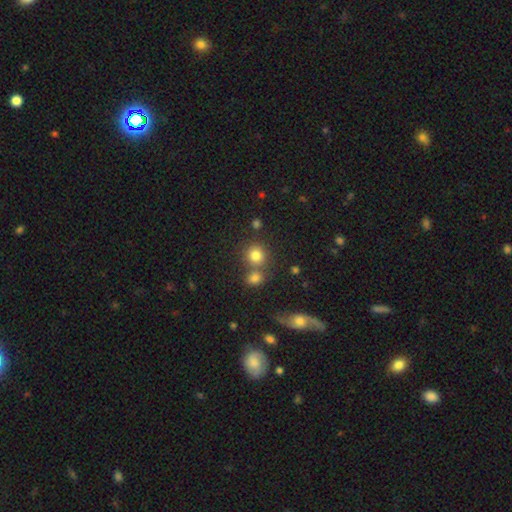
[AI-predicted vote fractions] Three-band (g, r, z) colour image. It shows a smooth galaxy with no disk features (80%) that is round (85%). Merging: none (61%).